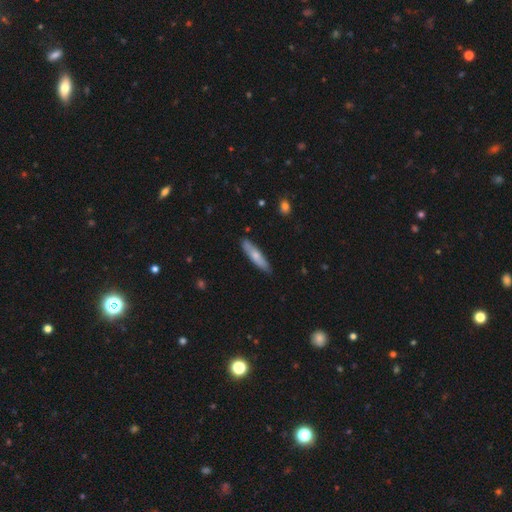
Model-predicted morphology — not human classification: smooth 66%, featured or disk 29%, star or artifact 5%. Down the decision tree: how rounded — cigar-shaped (82%); merging — none (84%).